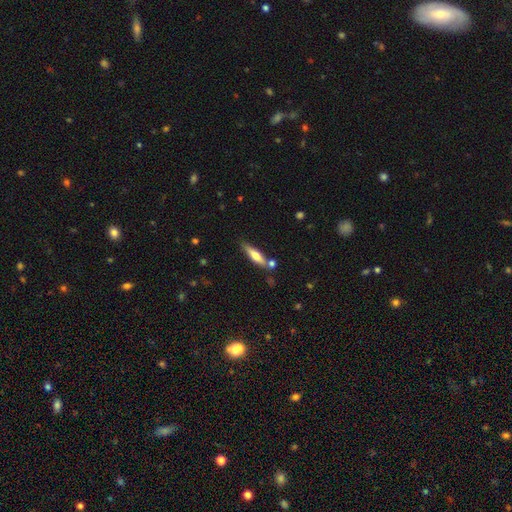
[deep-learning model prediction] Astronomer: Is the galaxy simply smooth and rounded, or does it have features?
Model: smooth — 55% (runner-up: featured or disk, 39%).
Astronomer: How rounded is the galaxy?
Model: cigar-shaped — 74%.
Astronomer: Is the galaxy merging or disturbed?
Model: none — 70%.